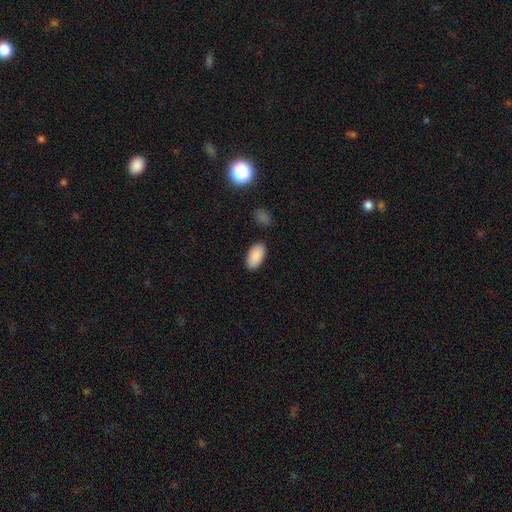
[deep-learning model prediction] Smooth or featured? Predicted: smooth (p=0.89). How rounded? Predicted: in between (p=0.95). Merging? Predicted: none (p=0.86).